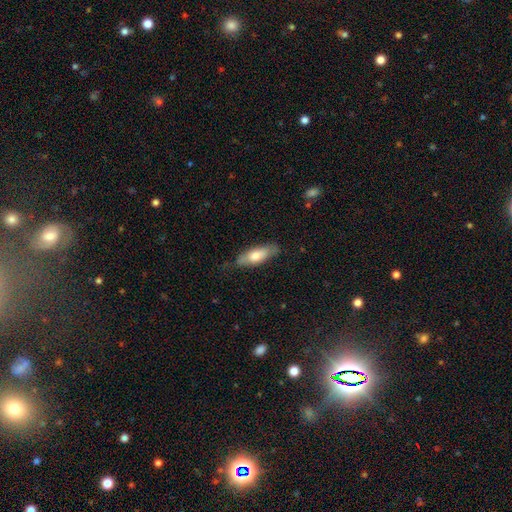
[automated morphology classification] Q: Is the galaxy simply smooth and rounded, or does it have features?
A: smooth — 67%.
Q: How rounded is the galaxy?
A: in between — 60%.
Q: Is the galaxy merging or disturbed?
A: none — 74%.